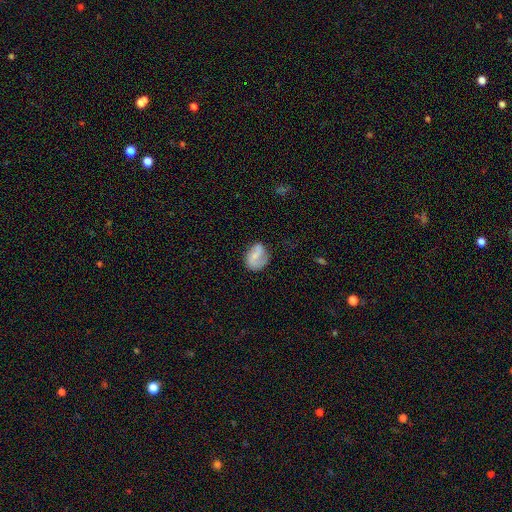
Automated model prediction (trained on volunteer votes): Smooth or featured? Predicted: smooth (p=0.50). How rounded? Predicted: in between (p=0.59). Merging? Predicted: none (p=0.55).